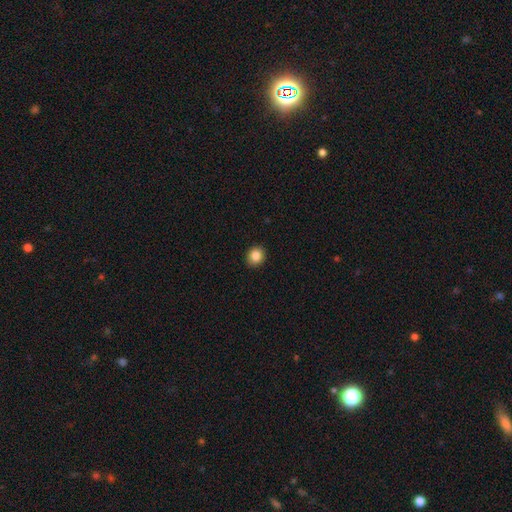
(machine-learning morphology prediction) The model was most divided on "how rounded": round: 79%, in between: 20%, cigar-shaped: 1%. More confident: merging — none (92%); smooth or featured — smooth (85%).